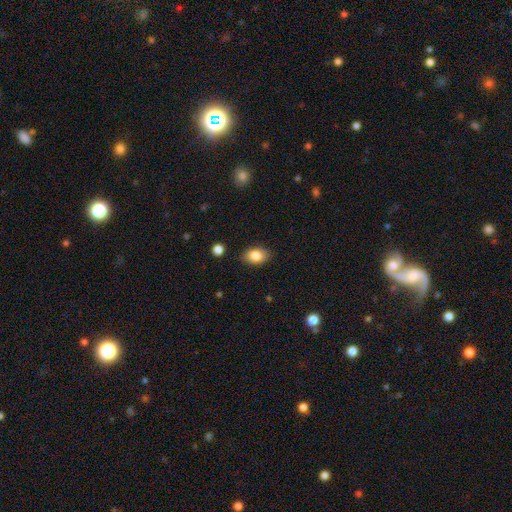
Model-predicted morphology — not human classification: This appears to be a smooth galaxy with no disk features (84%) that is in between round and cigar-shaped (86%). Merging: none (86%).